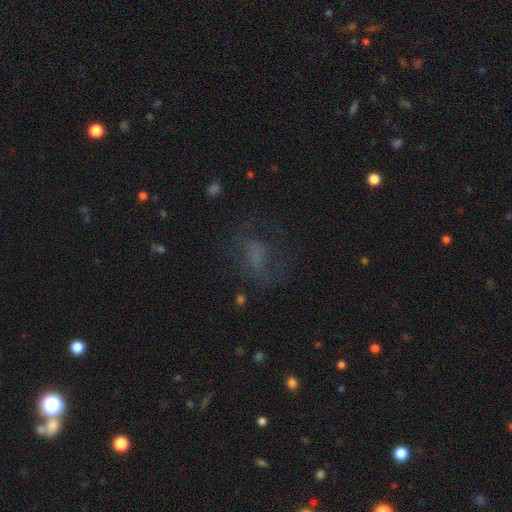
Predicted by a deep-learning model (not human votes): Morphology: type=smooth (42%); merging=none (51%).